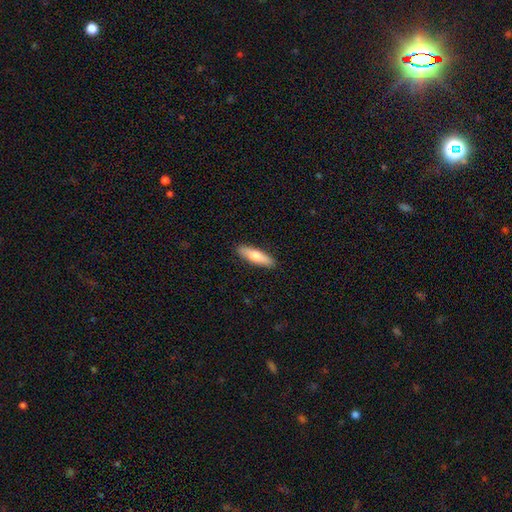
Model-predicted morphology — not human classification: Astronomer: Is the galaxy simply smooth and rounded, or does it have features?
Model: smooth — 70%.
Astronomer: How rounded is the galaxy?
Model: cigar-shaped — 66%.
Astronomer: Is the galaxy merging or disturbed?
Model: none — 90%.